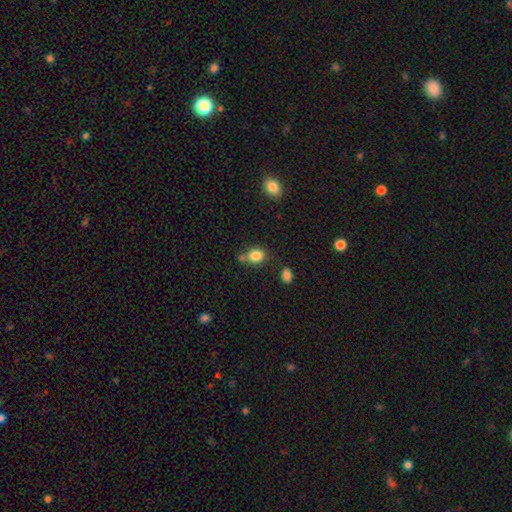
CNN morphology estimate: Smooth or featured: smooth — 84% (star or artifact — 10%)
How rounded: in between — 51% (round — 48%)
Merging: none — 63% (merger — 17%)